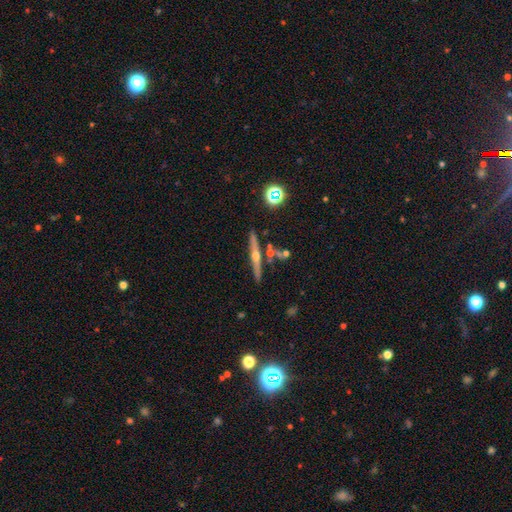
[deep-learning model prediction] Overall: featured or disk (73%). Edge-on disk: yes (97%). Edge-on bulge: rounded (91%). Merging: none (85%).